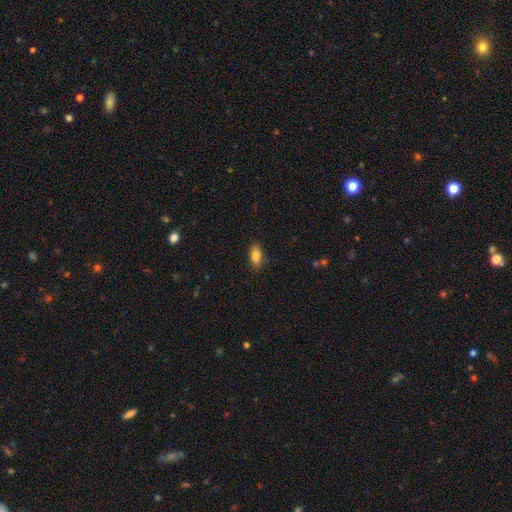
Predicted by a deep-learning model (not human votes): smooth 85%, star or artifact 9%, featured or disk 7%. Down the decision tree: how rounded — in between (87%); merging — none (85%).